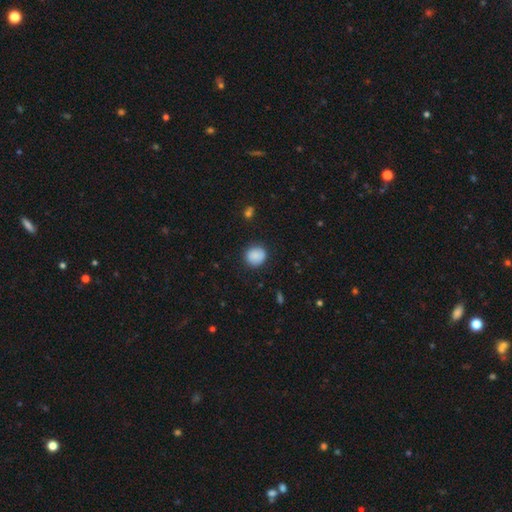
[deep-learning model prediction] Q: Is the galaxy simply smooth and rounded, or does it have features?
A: smooth — 88%.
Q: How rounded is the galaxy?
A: round — 84%.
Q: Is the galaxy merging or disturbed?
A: none — 86%.